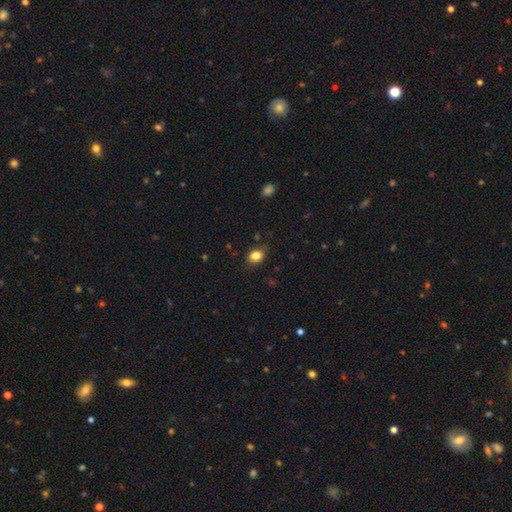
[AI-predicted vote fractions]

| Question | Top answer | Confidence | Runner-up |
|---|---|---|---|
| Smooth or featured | smooth | 83% | star or artifact (10%) |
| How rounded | in between | 62% | round (36%) |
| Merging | none | 79% | minor disturbance (16%) |